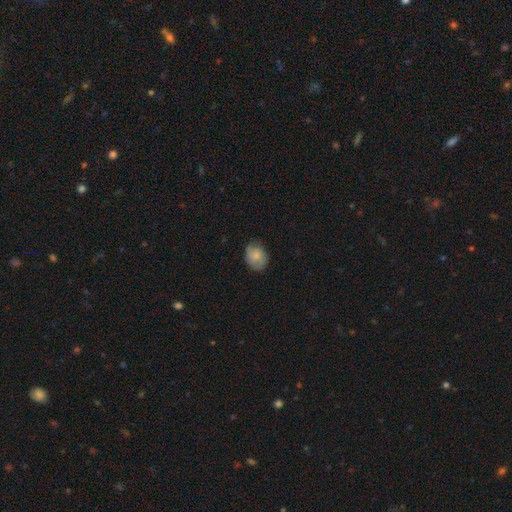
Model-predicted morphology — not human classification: This is likely a smooth galaxy (66%). How rounded: possibly in between (54%). Merging: likely none (70%).